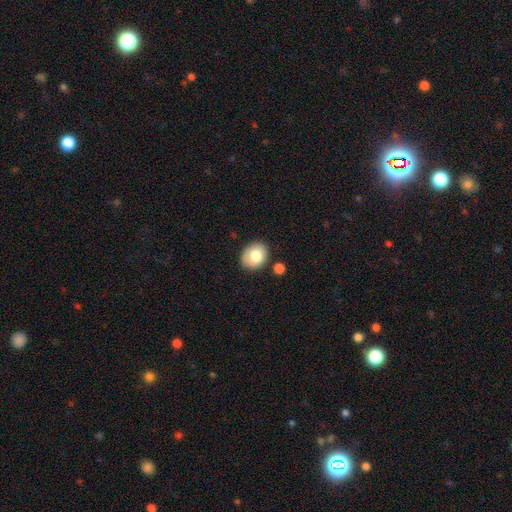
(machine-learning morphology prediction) smooth_or_featured: smooth (p=0.77) [alt: featured or disk p=0.15]
how_rounded: round (p=0.53) [alt: in between p=0.46]
merging: none (p=0.73) [alt: minor disturbance p=0.16]